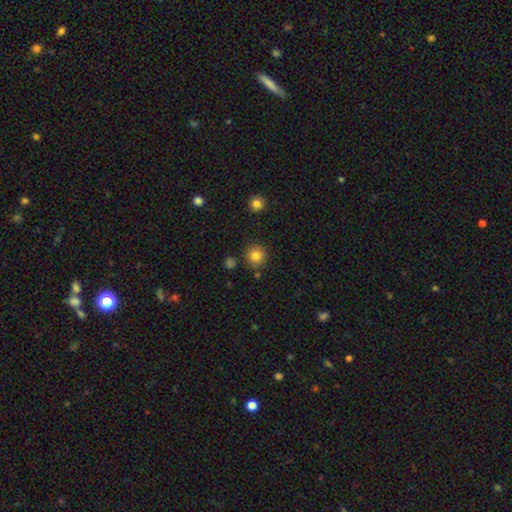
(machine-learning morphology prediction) This is clearly a smooth galaxy (83%). How rounded: clearly round (93%). Merging: clearly none (86%).